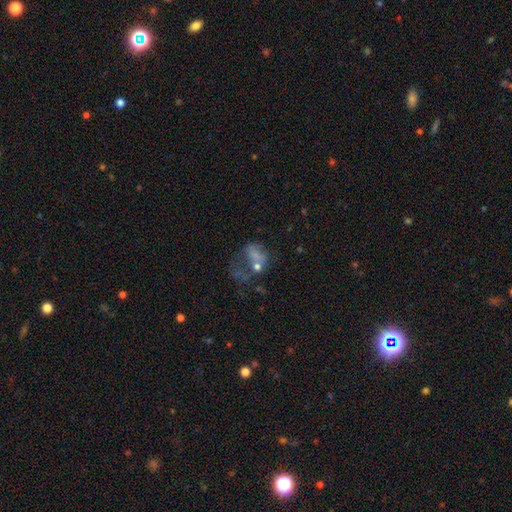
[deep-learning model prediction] smooth-or-featured: smooth: 48% | featured or disk: 34% | star or artifact: 18%
  merging: major disturbance: 39% | merger: 26% | none: 21% | minor disturbance: 14%